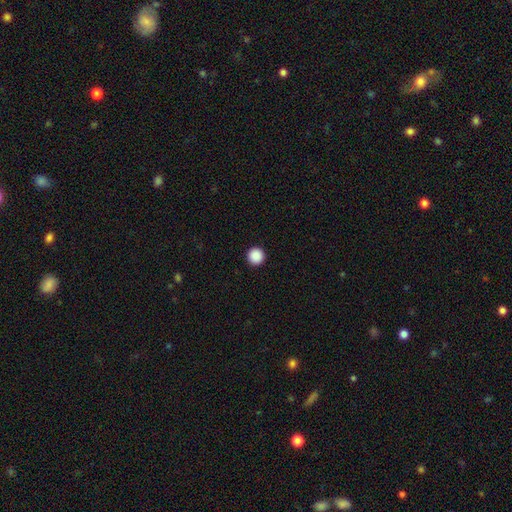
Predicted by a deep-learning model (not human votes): Smooth or featured? Predicted: smooth (p=0.89). How rounded? Predicted: round (p=0.97). Merging? Predicted: none (p=0.94).